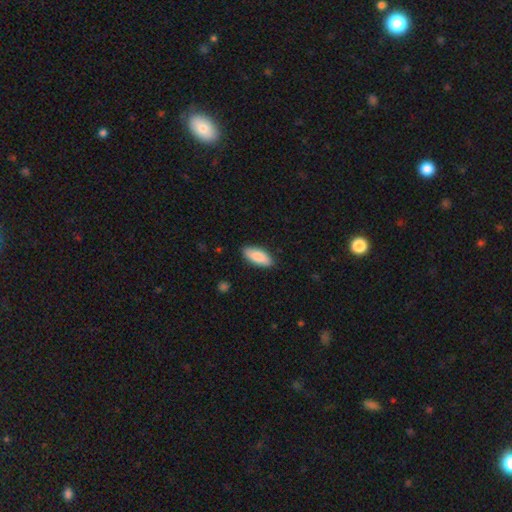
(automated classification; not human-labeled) Smooth or featured: smooth — 86% (featured or disk — 9%)
How rounded: in between — 81% (cigar-shaped — 17%)
Merging: none — 88% (minor disturbance — 9%)